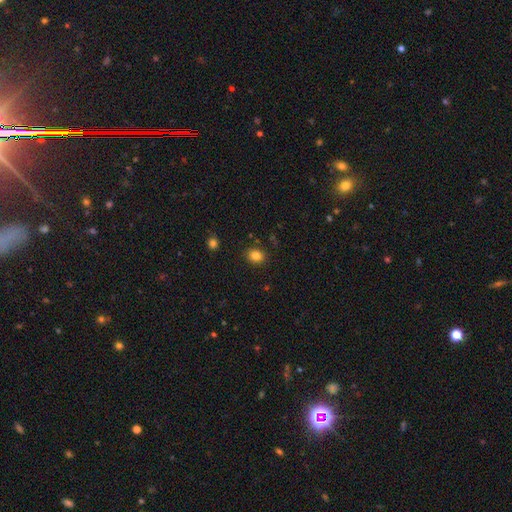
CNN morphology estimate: smooth-or-featured: smooth: 84% | star or artifact: 11% | featured or disk: 5%
  how-rounded: round: 54% | in between: 45% | cigar-shaped: 1%
  merging: none: 87% | minor disturbance: 9% | major disturbance: 2% | merger: 2%